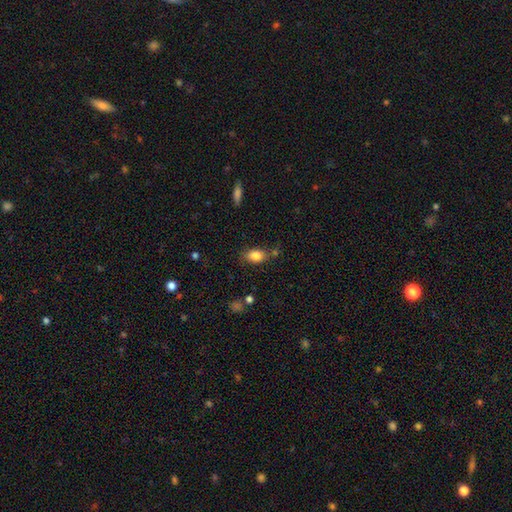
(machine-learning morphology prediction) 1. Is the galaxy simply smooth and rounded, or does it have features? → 83% smooth, 9% star or artifact, 8% featured or disk.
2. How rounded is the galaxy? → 82% in between, 15% round, 3% cigar-shaped.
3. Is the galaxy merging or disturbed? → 74% none, 16% minor disturbance, 6% merger, 4% major disturbance.